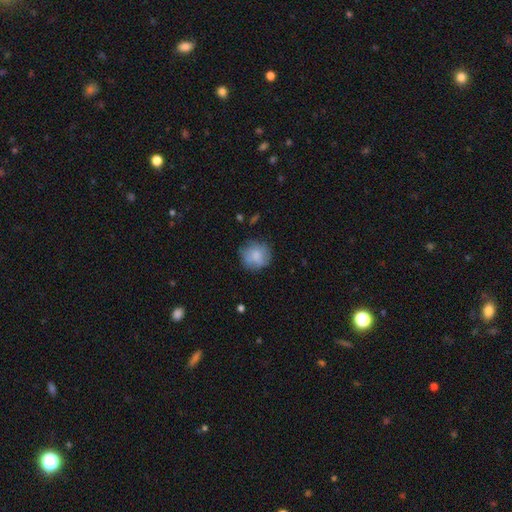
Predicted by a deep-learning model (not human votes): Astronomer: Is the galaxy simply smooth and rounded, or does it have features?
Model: smooth — 72%.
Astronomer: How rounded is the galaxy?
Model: round — 86%.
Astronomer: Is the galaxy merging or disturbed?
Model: none — 70%.